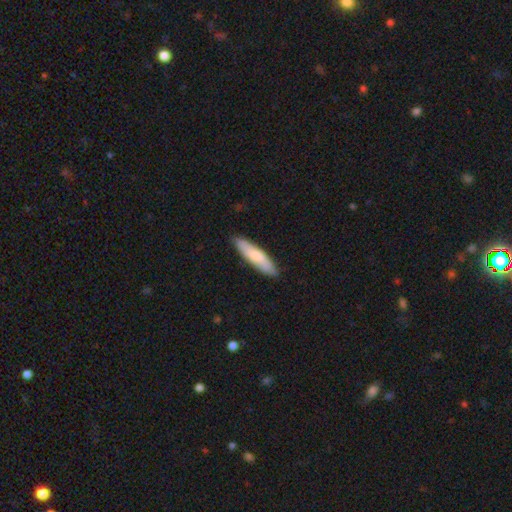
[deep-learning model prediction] Morphology: type=smooth (74%); roundness=cigar-shaped (74%); merging=none (86%).